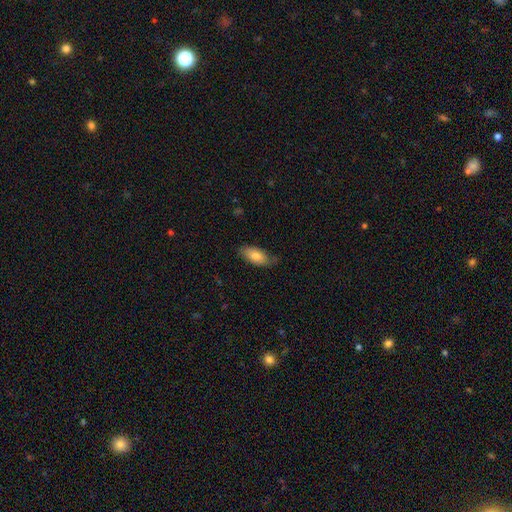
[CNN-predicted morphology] Smooth or featured? Predicted: smooth (p=0.77). How rounded? Predicted: in between (p=0.91). Merging? Predicted: none (p=0.69).